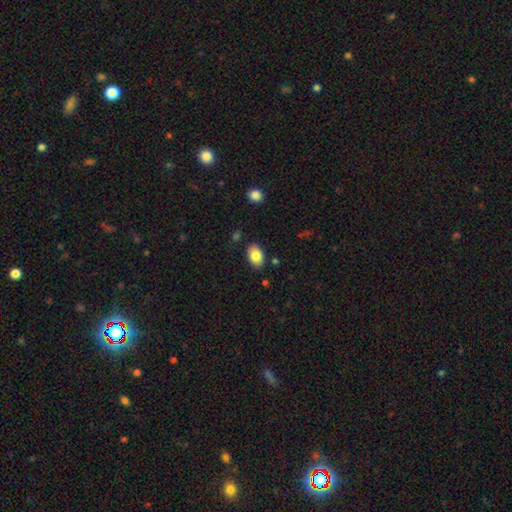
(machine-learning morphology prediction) smooth 84%, featured or disk 9%, star or artifact 7%. Down the decision tree: how rounded — in between (89%); merging — none (85%).